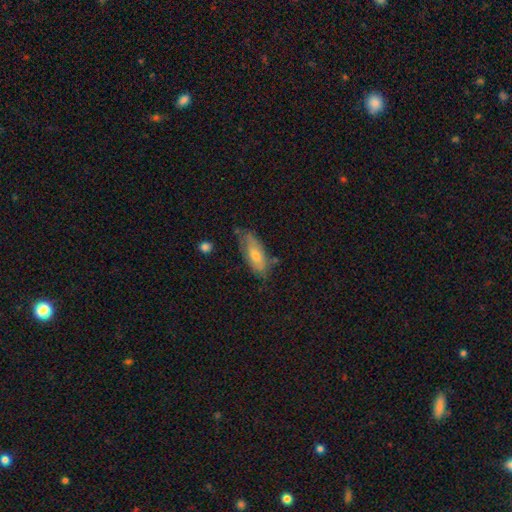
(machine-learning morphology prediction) Smooth or featured? smooth (58%)
How rounded? in between (74%)
Merging? none (60%)